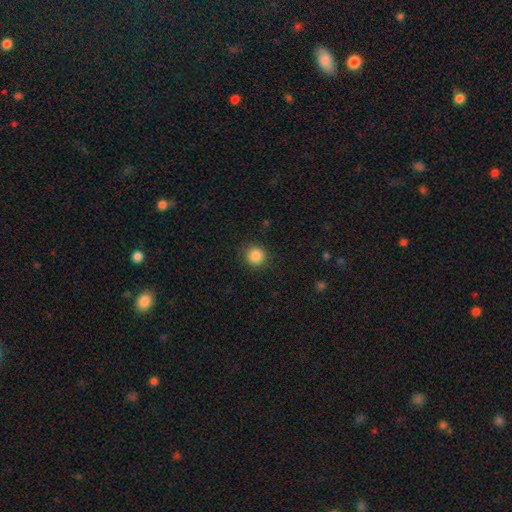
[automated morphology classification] A smooth galaxy with no disk features (87%) that is round (93%).

Vote fractions:
- Smooth or featured? smooth: 87% / star or artifact: 10% / featured or disk: 3%
- How rounded? round: 93% / in between: 6% / cigar-shaped: 1%
- Merging? none: 89% / minor disturbance: 8% / major disturbance: 3% / merger: 1%